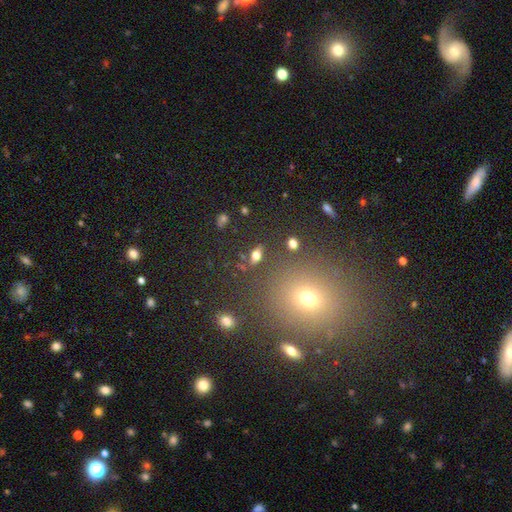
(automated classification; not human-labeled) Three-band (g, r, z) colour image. It shows a smooth galaxy with no disk features (61%) that is in between round and cigar-shaped (66%). Merging: none (81%).